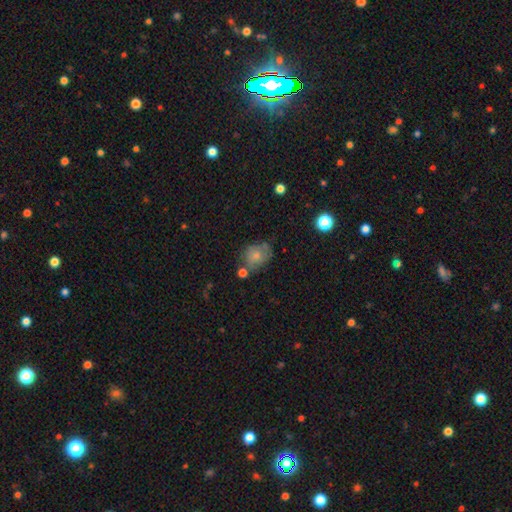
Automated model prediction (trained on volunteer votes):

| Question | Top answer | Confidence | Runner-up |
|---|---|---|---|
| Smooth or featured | smooth | 71% | featured or disk (20%) |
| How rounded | round | 53% | in between (46%) |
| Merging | none | 49% | minor disturbance (27%) |